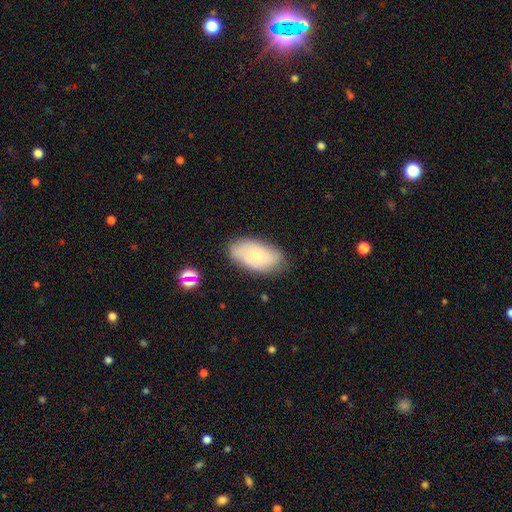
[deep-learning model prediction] A smooth galaxy with no disk features (60%) that is in between round and cigar-shaped (94%). Merging: none (77%).